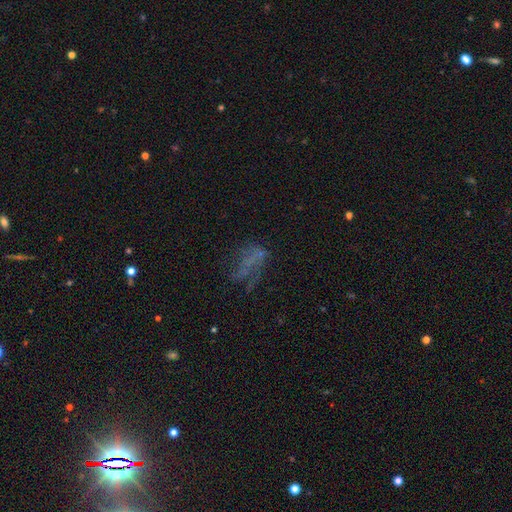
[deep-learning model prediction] Q: Smooth or featured?
A: featured or disk (39%); runner-up: smooth (35%)
Q: Merging?
A: none (38%); tied with: major disturbance (38%)